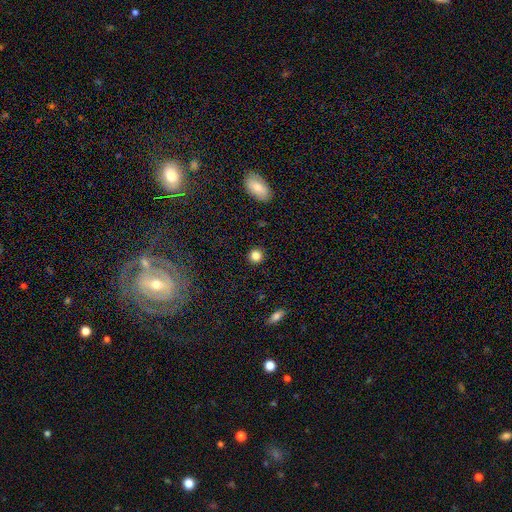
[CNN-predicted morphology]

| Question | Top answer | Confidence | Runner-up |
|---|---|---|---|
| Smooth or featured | smooth | 84% | star or artifact (11%) |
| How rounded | round | 92% | in between (7%) |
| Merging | none | 91% | minor disturbance (5%) |